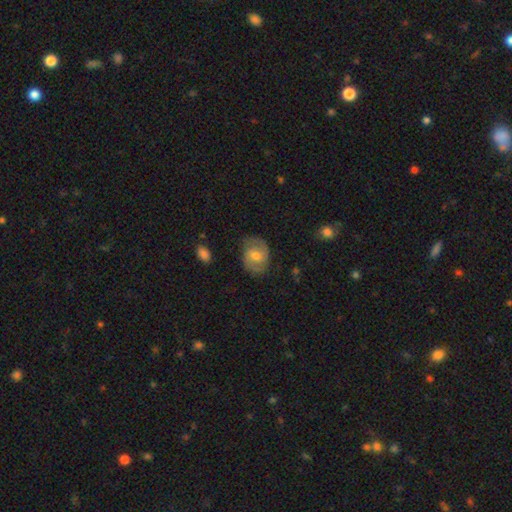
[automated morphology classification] Smooth or featured? Predicted: featured or disk (p=0.56). Edge-on disk? Predicted: no (p=0.96). Bar? Predicted: weak (p=0.46). Spiral arms? Predicted: yes (p=0.78). Bulge size? Predicted: moderate (p=0.67). Merging? Predicted: none (p=0.71).